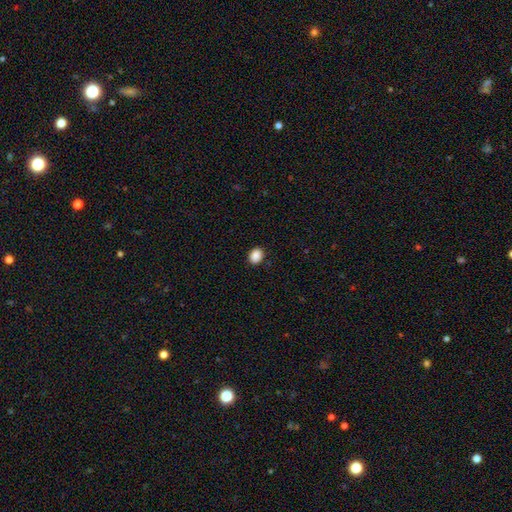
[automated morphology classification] Smooth or featured: smooth — 89% (star or artifact — 8%)
How rounded: in between — 52% (round — 47%)
Merging: none — 90% (minor disturbance — 7%)